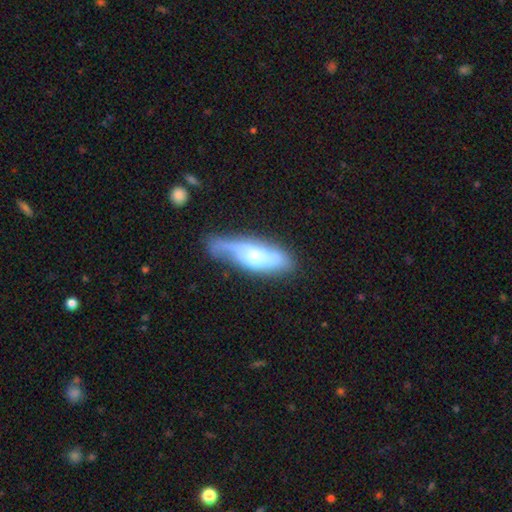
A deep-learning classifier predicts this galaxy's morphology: Smooth or featured? featured or disk (52%)
Edge-on disk? no (69%)
Merging? none (46%)